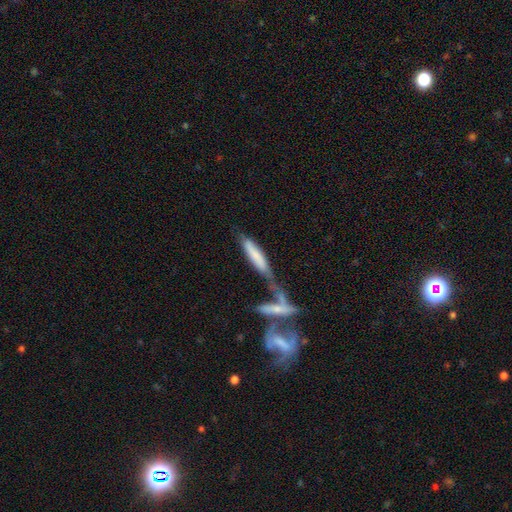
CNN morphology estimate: Overall: smooth (64%; featured or disk 29%). How rounded: cigar-shaped (78%). Merging: merger (52%; none 26%).